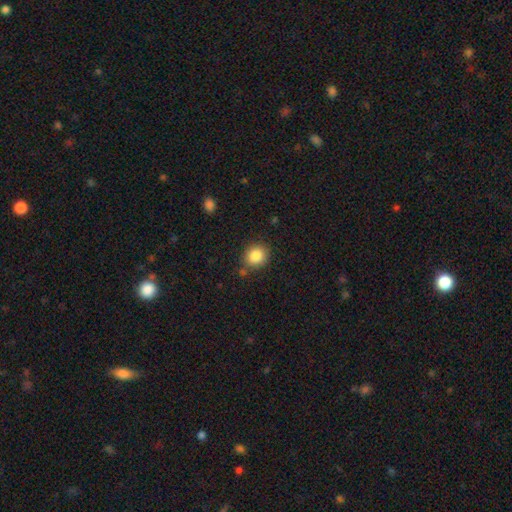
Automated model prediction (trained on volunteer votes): smooth 85%, star or artifact 9%, featured or disk 5%. Down the decision tree: how rounded — round (77%); merging — none (80%).